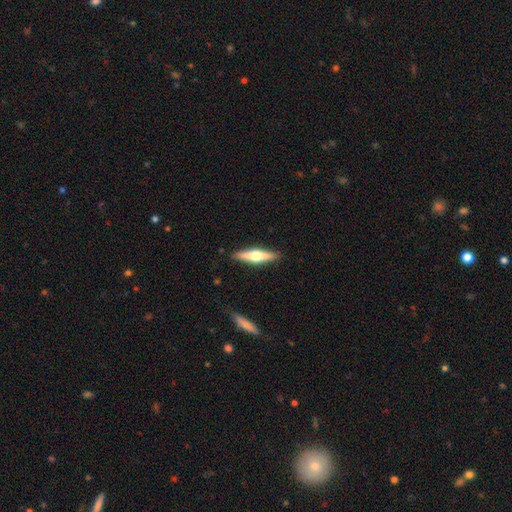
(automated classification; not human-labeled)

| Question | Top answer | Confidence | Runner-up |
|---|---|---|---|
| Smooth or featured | featured or disk | 60% | smooth (34%) |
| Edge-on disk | yes | 96% | no (4%) |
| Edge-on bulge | rounded | 94% | boxy (3%) |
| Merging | none | 90% | minor disturbance (8%) |